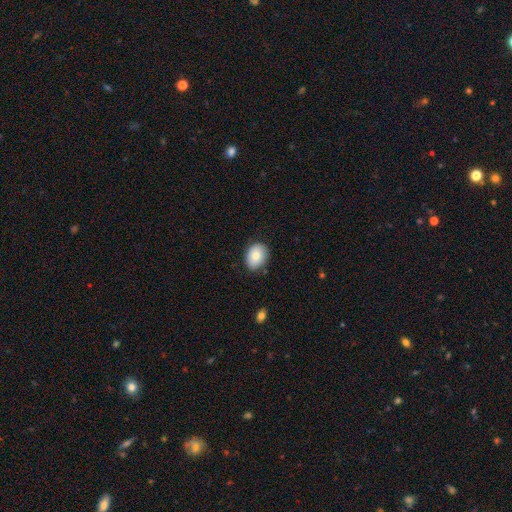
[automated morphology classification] Q: Smooth or featured?
A: smooth (82%); runner-up: featured or disk (11%)
Q: How rounded?
A: in between (64%); runner-up: round (35%)
Q: Merging?
A: none (81%); runner-up: minor disturbance (15%)